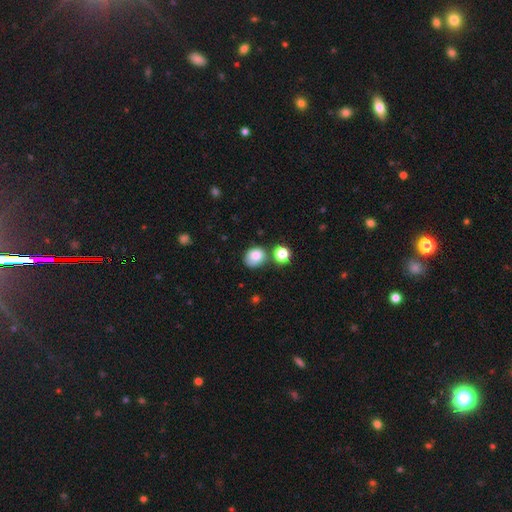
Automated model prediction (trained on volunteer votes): The model was most divided on "how rounded": round: 56%, in between: 43%, cigar-shaped: 1%. More confident: smooth or featured — smooth (81%); merging — none (54%).